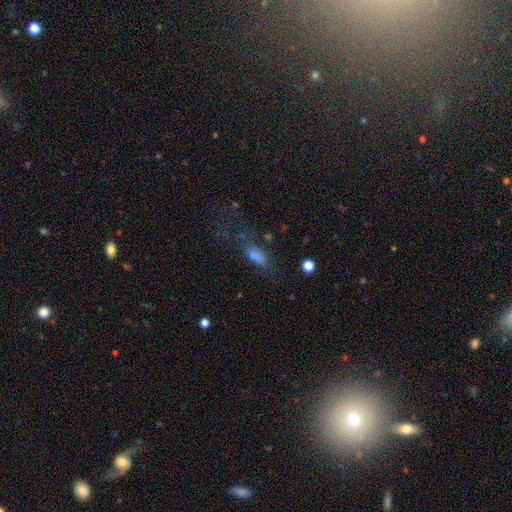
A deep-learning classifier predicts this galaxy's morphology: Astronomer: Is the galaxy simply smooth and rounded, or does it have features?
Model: smooth — 76%.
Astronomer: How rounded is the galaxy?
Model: in between — 73%.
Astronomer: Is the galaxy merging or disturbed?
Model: none — 44% (runner-up: major disturbance, 27%).